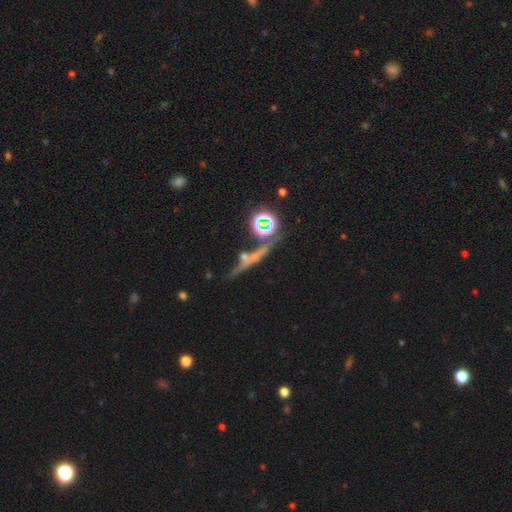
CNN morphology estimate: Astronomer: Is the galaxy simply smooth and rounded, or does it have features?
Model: featured or disk — 37% (runner-up: star or artifact, 36%).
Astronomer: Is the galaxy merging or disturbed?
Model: none — 65%.